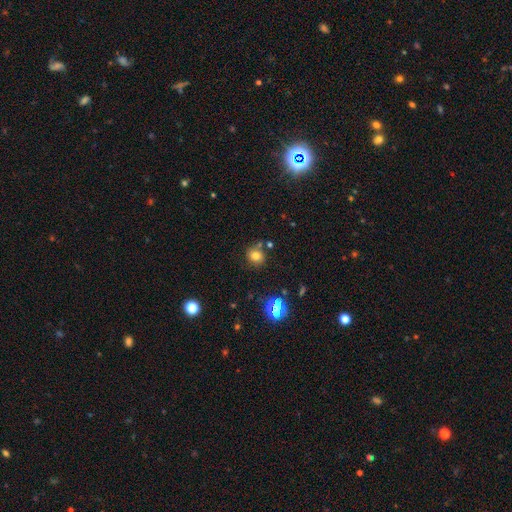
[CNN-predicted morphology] This appears to be a smooth galaxy with no disk features (75%) that is round (78%). Merging: none (73%).